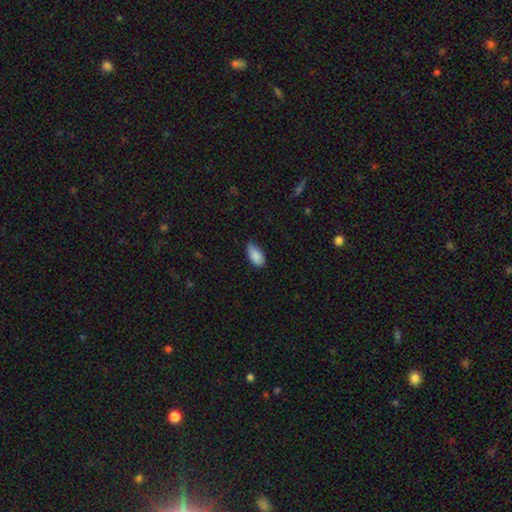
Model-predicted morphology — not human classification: smooth-or-featured: smooth: 88% | star or artifact: 7% | featured or disk: 6%
  how-rounded: in between: 94% | round: 3% | cigar-shaped: 3%
  merging: none: 69% | minor disturbance: 27% | major disturbance: 3% | merger: 1%